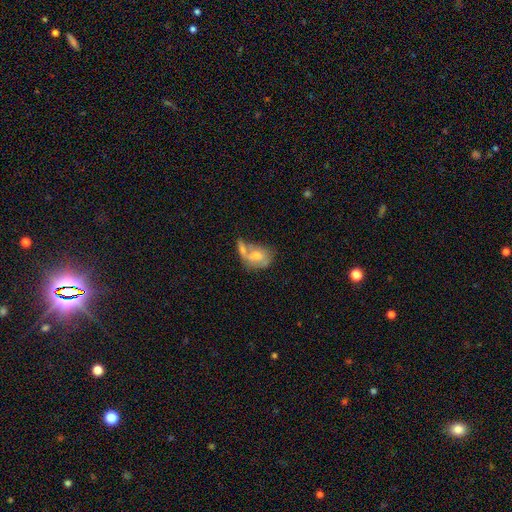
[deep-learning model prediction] Morphology: type=smooth (56%); roundness=in between (74%); merging=merger (47%).